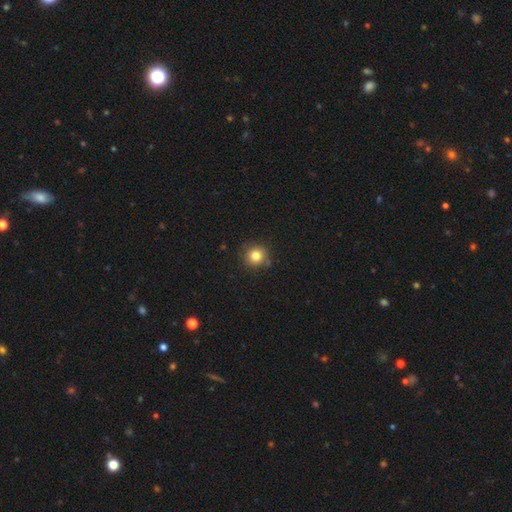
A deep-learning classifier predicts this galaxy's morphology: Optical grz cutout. It shows a smooth galaxy with no disk features (82%) that is round (93%). Merging: none (84%).